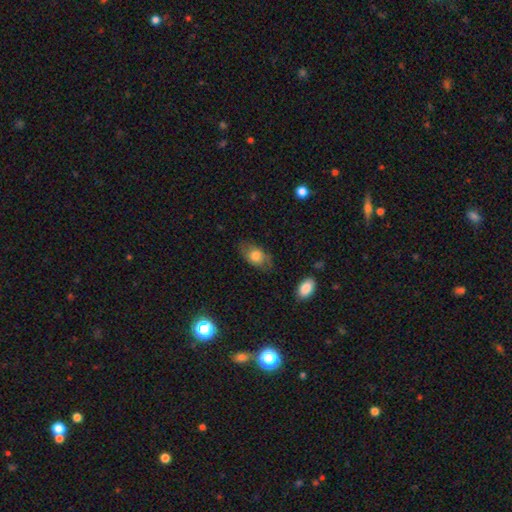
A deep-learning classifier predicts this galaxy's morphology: The model was most divided on "smooth or featured": smooth: 71%, featured or disk: 21%, star or artifact: 8%. More confident: how rounded — in between (84%); merging — none (71%).